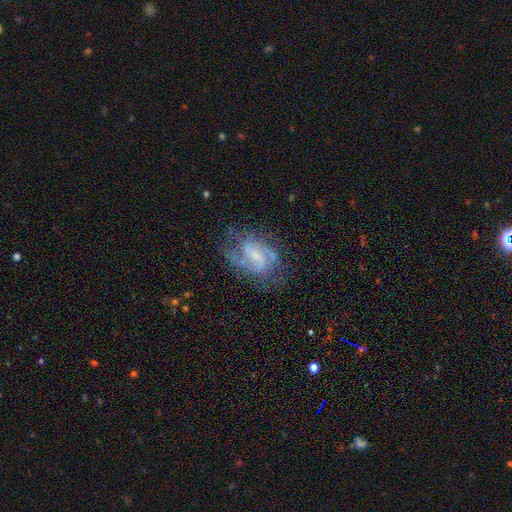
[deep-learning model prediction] Q: Smooth or featured?
A: featured or disk (79%); runner-up: smooth (13%)
Q: Edge-on disk?
A: no (97%); runner-up: yes (3%)
Q: Bar?
A: weak (51%); runner-up: no (30%)
Q: Spiral arms?
A: yes (90%); runner-up: no (10%)
Q: Spiral winding?
A: medium (49%); runner-up: tight (29%)
Q: Spiral arm count?
A: 2 (54%); runner-up: can't tell (22%)
Q: Bulge size?
A: small (57%); runner-up: none (21%)
Q: Merging?
A: none (62%); runner-up: minor disturbance (20%)